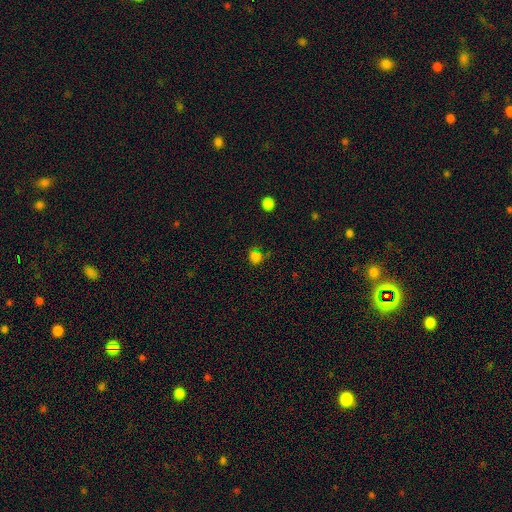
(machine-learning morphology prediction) A smooth galaxy with no disk features (74%) that is round (77%). Merging: none (71%).